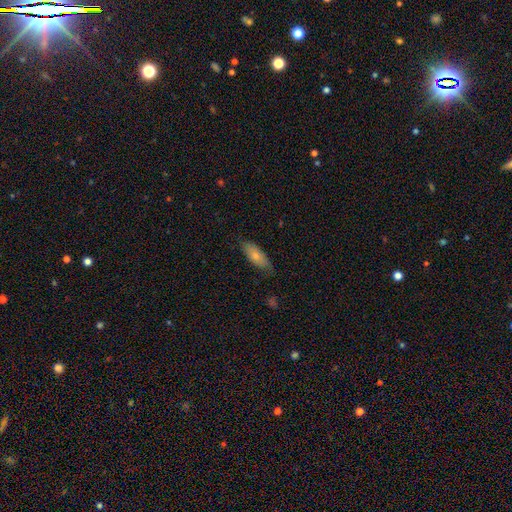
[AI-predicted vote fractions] smooth-or-featured: smooth: 76% | featured or disk: 18% | star or artifact: 6%
  how-rounded: in between: 75% | cigar-shaped: 23% | round: 2%
  merging: none: 74% | minor disturbance: 21% | major disturbance: 4% | merger: 1%